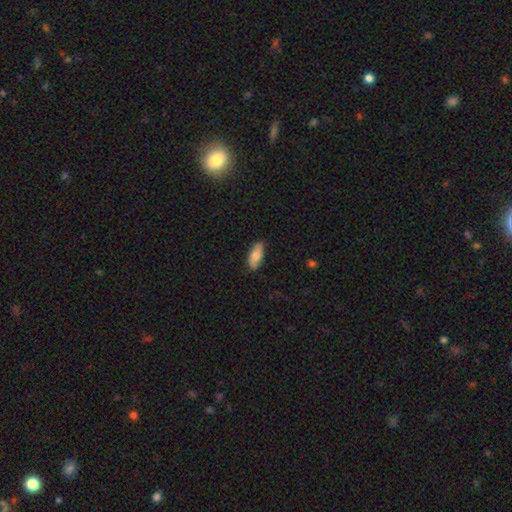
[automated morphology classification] This appears to be a smooth galaxy with no disk features (75%) that is in between round and cigar-shaped (80%). Merging: none (86%).